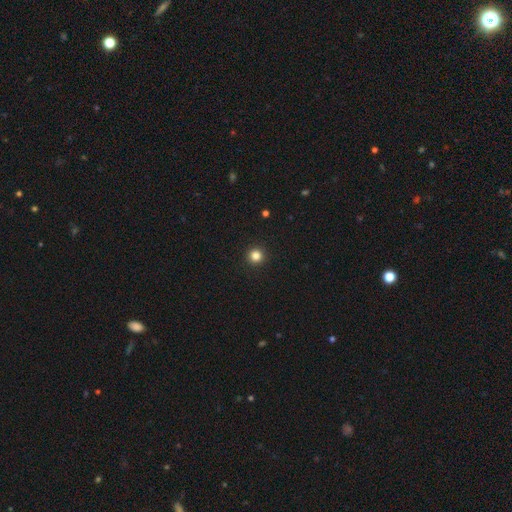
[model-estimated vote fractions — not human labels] This is clearly a smooth galaxy (83%). How rounded: clearly round (96%). Merging: clearly none (94%).